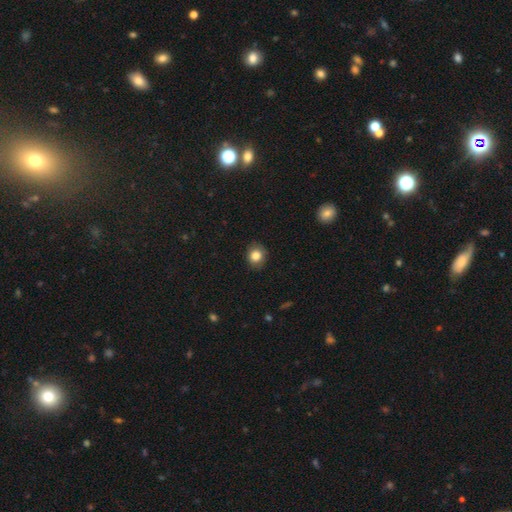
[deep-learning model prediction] Smooth or featured? Predicted: smooth (p=0.84). How rounded? Predicted: round (p=0.75). Merging? Predicted: none (p=0.85).